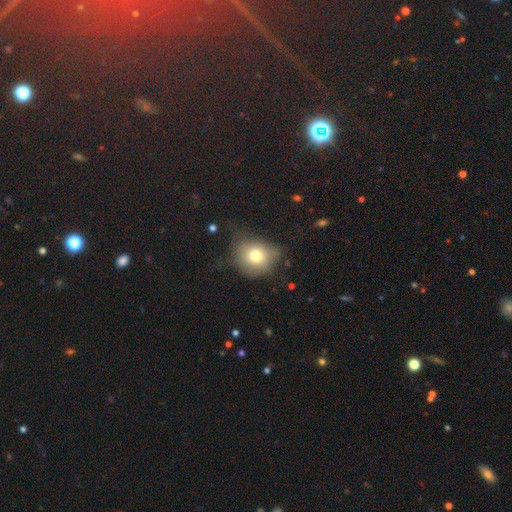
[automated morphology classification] Q: Smooth or featured?
A: smooth (75%); runner-up: featured or disk (15%)
Q: How rounded?
A: round (72%); runner-up: in between (27%)
Q: Merging?
A: none (54%); runner-up: minor disturbance (30%)